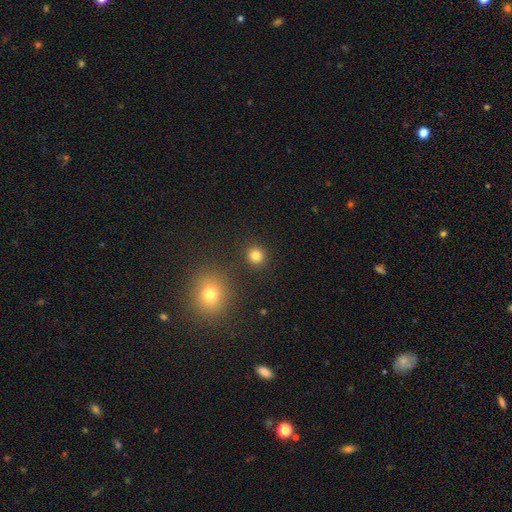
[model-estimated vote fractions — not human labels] Overall: smooth (81%). How rounded: round (90%). Merging: none (89%).